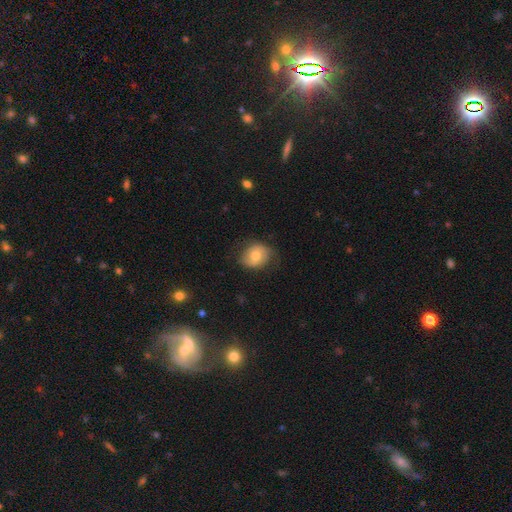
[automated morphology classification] Smooth or featured? Predicted: smooth (p=0.61). How rounded? Predicted: round (p=0.59). Merging? Predicted: none (p=0.72).